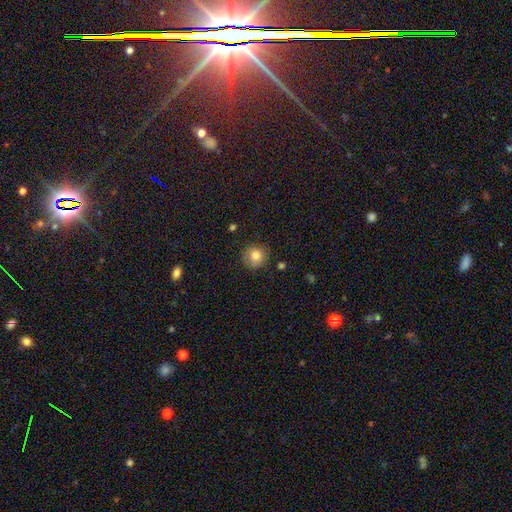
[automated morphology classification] Smooth or featured?
  - smooth: 81% *
  - star or artifact: 10%
  - featured or disk: 9%
How rounded?
  - round: 92% *
  - in between: 7%
  - cigar-shaped: 1%
Merging?
  - none: 83% *
  - minor disturbance: 12%
  - major disturbance: 3%
  - merger: 2%